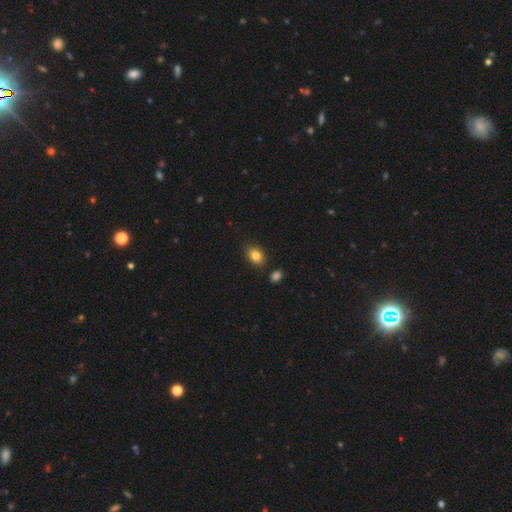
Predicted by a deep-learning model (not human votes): This appears to be a smooth galaxy with no disk features (82%) that is in between round and cigar-shaped (69%). Merging: none (80%).